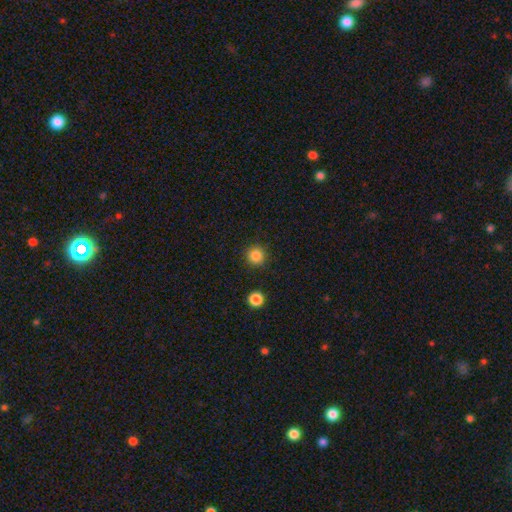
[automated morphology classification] smooth_or_featured: smooth (p=0.85) [alt: star or artifact p=0.11]
how_rounded: round (p=0.95) [alt: in between p=0.04]
merging: none (p=0.90) [alt: minor disturbance p=0.06]